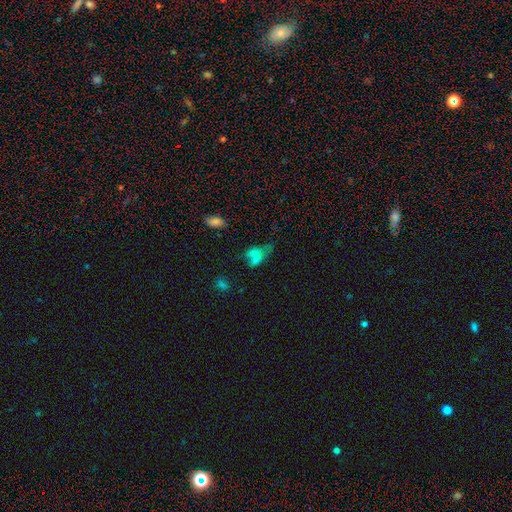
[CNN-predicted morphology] Smooth or featured? Predicted: smooth (p=0.63). How rounded? Predicted: in between (p=0.81). Merging? Predicted: major disturbance (p=0.37).